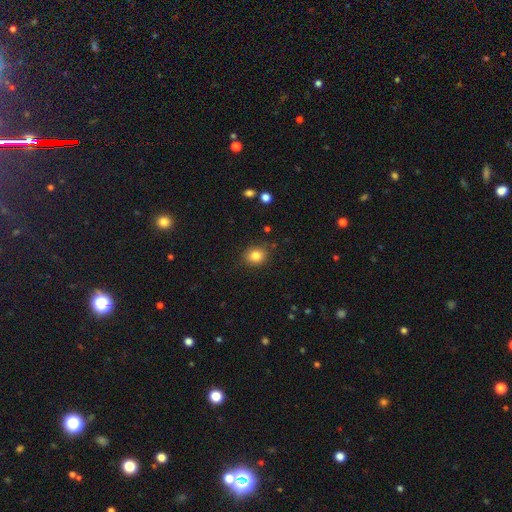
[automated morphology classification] A smooth galaxy with no disk features (83%) that is round (67%).

Vote fractions:
- Smooth or featured? smooth: 83% / star or artifact: 11% / featured or disk: 6%
- How rounded? round: 67% / in between: 33% / cigar-shaped: 1%
- Merging? none: 84% / minor disturbance: 11% / major disturbance: 3% / merger: 2%